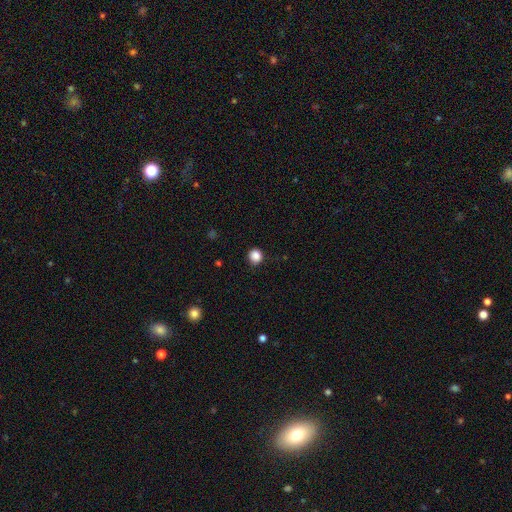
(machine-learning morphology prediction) smooth-or-featured: smooth: 87% | star or artifact: 11% | featured or disk: 3%
  how-rounded: round: 90% | in between: 9% | cigar-shaped: 1%
  merging: none: 89% | minor disturbance: 8% | major disturbance: 2% | merger: 1%